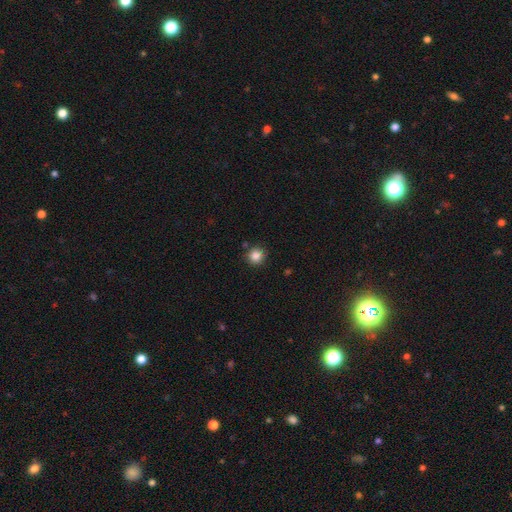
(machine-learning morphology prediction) smooth 85%, star or artifact 11%, featured or disk 4%. Down the decision tree: how rounded — round (93%); merging — none (87%).